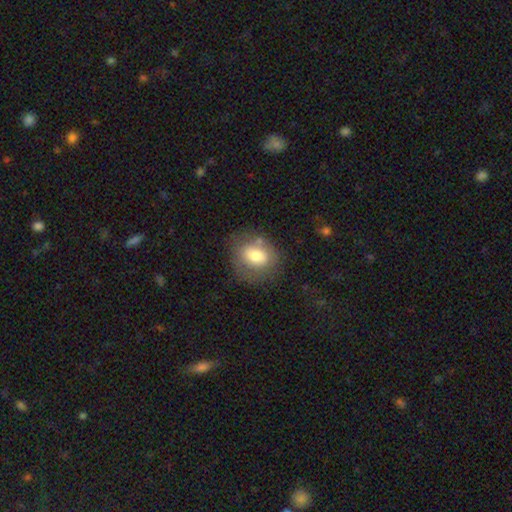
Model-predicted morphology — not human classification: This is likely a smooth galaxy (70%). How rounded: possibly round (50%). Merging: likely none (67%).